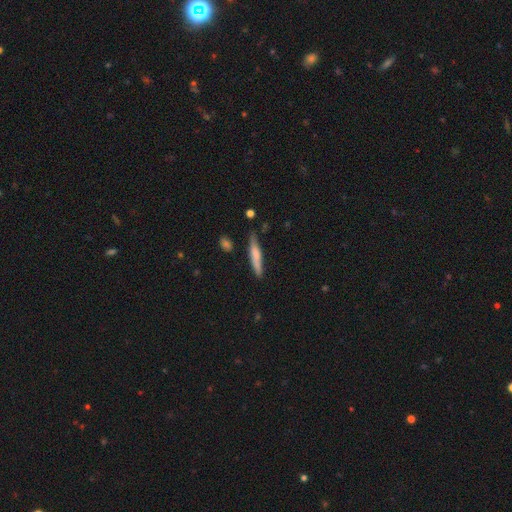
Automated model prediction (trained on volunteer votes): Smooth or featured? Predicted: smooth (p=0.63). How rounded? Predicted: cigar-shaped (p=0.89). Merging? Predicted: none (p=0.78).